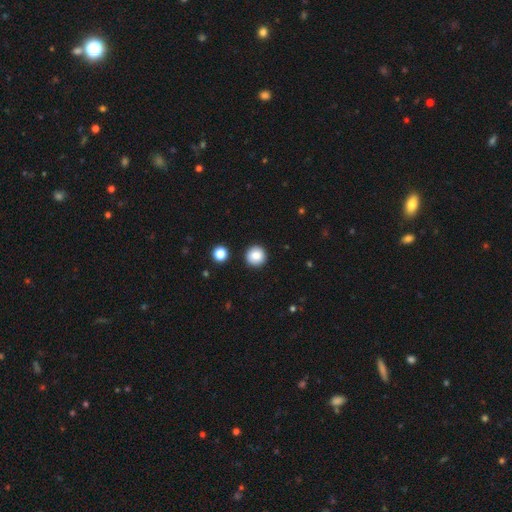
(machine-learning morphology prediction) Smooth or featured?
  - smooth: 85% *
  - star or artifact: 9%
  - featured or disk: 6%
How rounded?
  - round: 96% *
  - in between: 3%
  - cigar-shaped: 1%
Merging?
  - none: 92% *
  - minor disturbance: 5%
  - merger: 2%
  - major disturbance: 2%